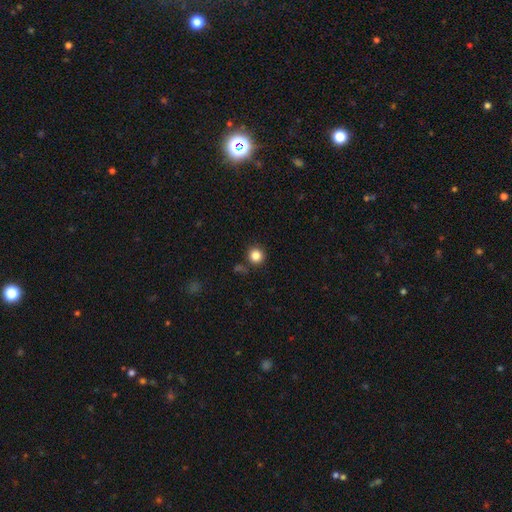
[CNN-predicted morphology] Q: Smooth or featured?
A: smooth (85%); runner-up: star or artifact (11%)
Q: How rounded?
A: round (94%); runner-up: in between (5%)
Q: Merging?
A: none (85%); runner-up: minor disturbance (8%)